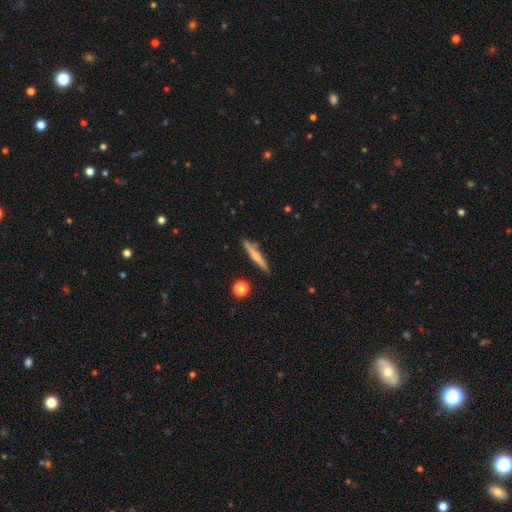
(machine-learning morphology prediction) Smooth or featured? Predicted: featured or disk (p=0.49). Merging? Predicted: none (p=0.85).